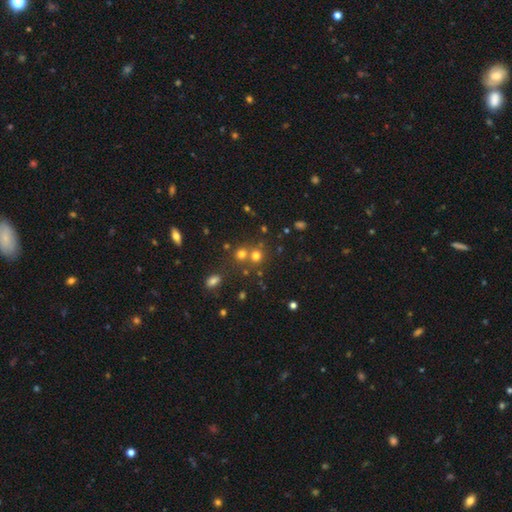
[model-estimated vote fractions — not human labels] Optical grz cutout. It shows a smooth galaxy with no disk features (68%) that is round (87%). Merging: none (59%).